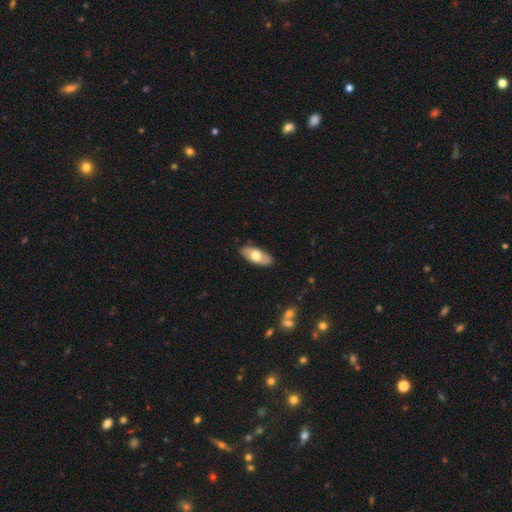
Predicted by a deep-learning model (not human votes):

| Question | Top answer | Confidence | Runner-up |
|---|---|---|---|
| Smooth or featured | smooth | 64% | featured or disk (30%) |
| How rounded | in between | 88% | cigar-shaped (9%) |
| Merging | none | 87% | minor disturbance (10%) |